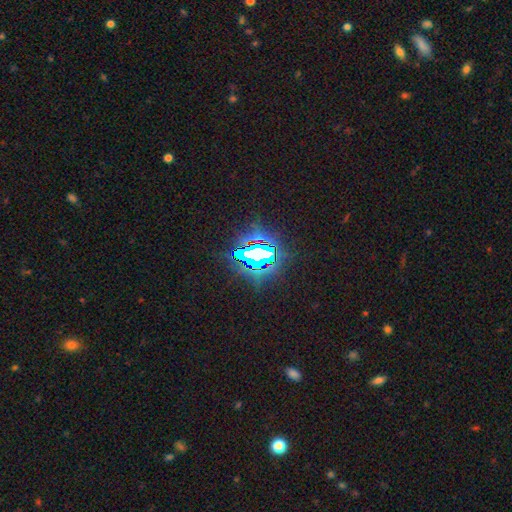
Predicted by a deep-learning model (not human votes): smooth-or-featured: star or artifact: 77% | smooth: 12% | featured or disk: 11%